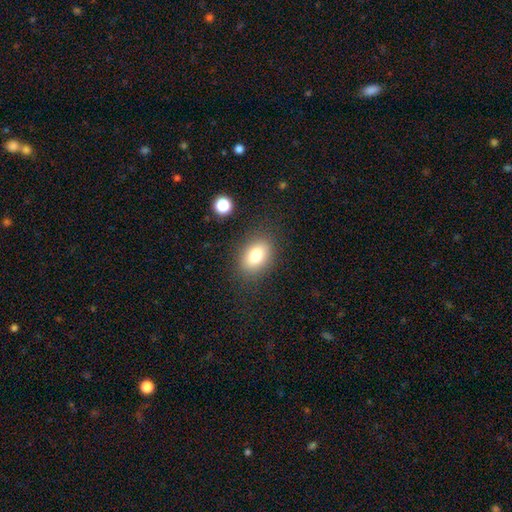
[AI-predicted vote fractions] Smooth or featured: smooth — 79% (featured or disk — 11%)
How rounded: in between — 80% (round — 19%)
Merging: none — 83% (minor disturbance — 11%)